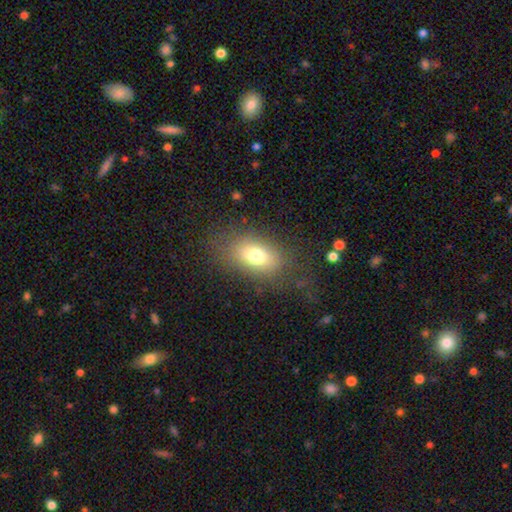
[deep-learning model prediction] smooth-or-featured: smooth: 73% | featured or disk: 15% | star or artifact: 11%
  how-rounded: in between: 83% | round: 14% | cigar-shaped: 3%
  merging: none: 76% | minor disturbance: 13% | major disturbance: 9% | merger: 1%